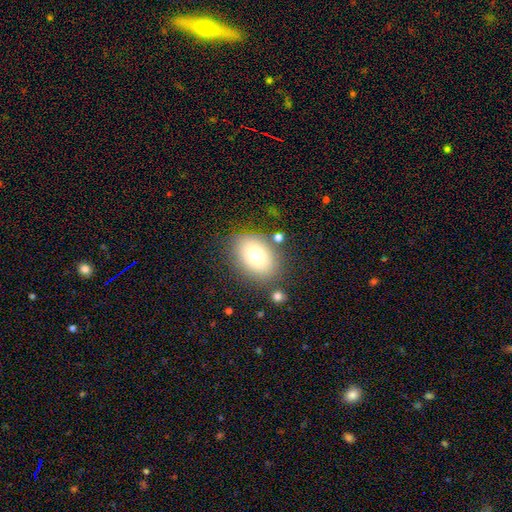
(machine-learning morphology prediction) type=smooth (75%); roundness=in between (75%); merging=none (77%).